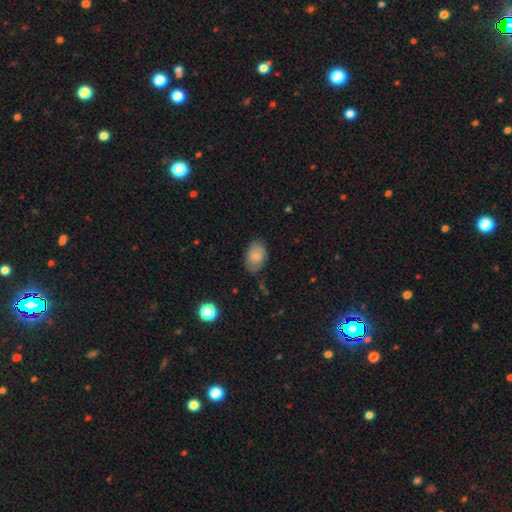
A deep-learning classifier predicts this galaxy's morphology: A smooth galaxy with no disk features (81%) that is in between round and cigar-shaped (88%).

Vote fractions:
- Smooth or featured? smooth: 81% / featured or disk: 12% / star or artifact: 7%
- How rounded? in between: 88% / round: 11% / cigar-shaped: 1%
- Merging? none: 76% / minor disturbance: 19% / major disturbance: 4% / merger: 1%